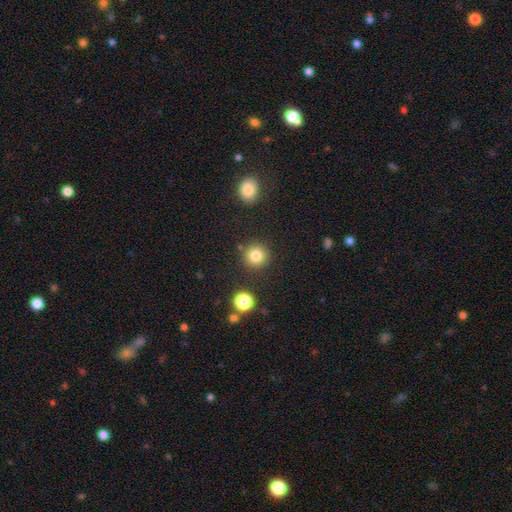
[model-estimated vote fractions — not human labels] This appears to be a smooth galaxy with no disk features (82%) that is round (94%). Merging: none (87%).